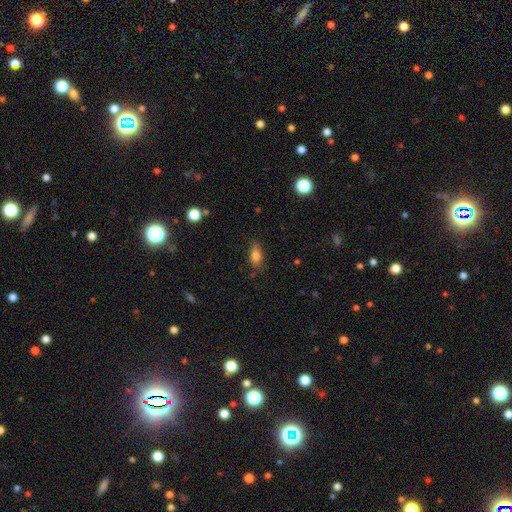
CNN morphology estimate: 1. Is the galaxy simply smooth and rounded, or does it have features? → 78% smooth, 12% featured or disk, 10% star or artifact.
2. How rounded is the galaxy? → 80% in between, 14% cigar-shaped, 6% round.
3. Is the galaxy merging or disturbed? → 79% none, 15% minor disturbance, 4% major disturbance, 2% merger.